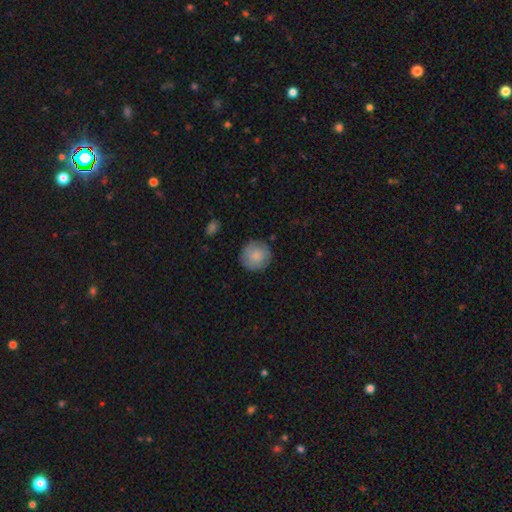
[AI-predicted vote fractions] smooth 80%, featured or disk 13%, star or artifact 7%. Down the decision tree: how rounded — round (93%); merging — none (84%).